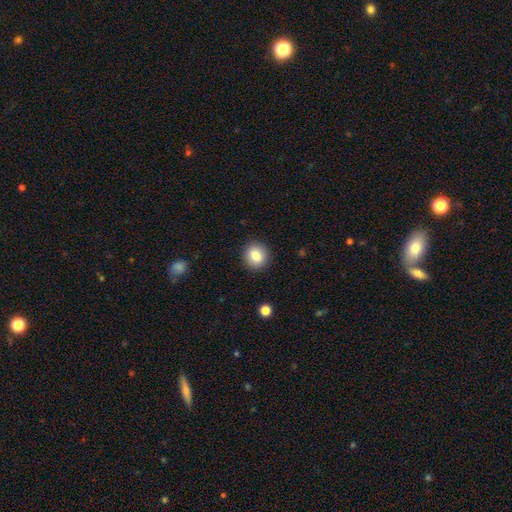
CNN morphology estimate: Smooth or featured: smooth — 83% (star or artifact — 9%)
How rounded: round — 82% (in between — 17%)
Merging: none — 90% (minor disturbance — 7%)